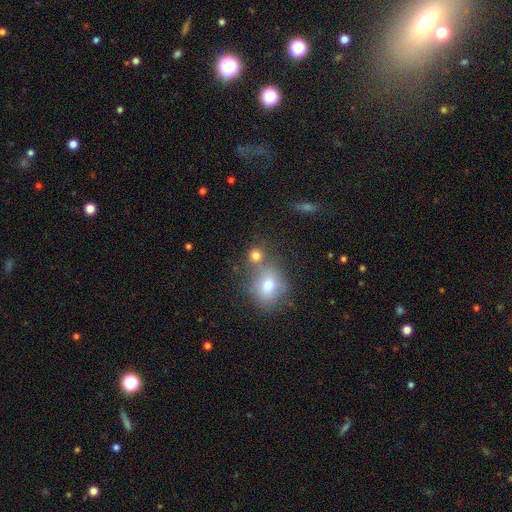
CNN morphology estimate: Smooth or featured?
  - smooth: 76% *
  - star or artifact: 14%
  - featured or disk: 10%
How rounded?
  - round: 77% *
  - in between: 21%
  - cigar-shaped: 1%
Merging?
  - none: 50% *
  - merger: 35%
  - minor disturbance: 10%
  - major disturbance: 5%